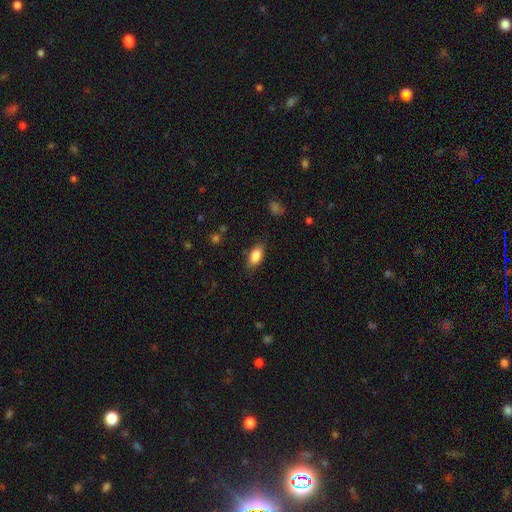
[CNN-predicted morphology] Smooth or featured? Predicted: smooth (p=0.86). How rounded? Predicted: in between (p=0.88). Merging? Predicted: none (p=0.82).